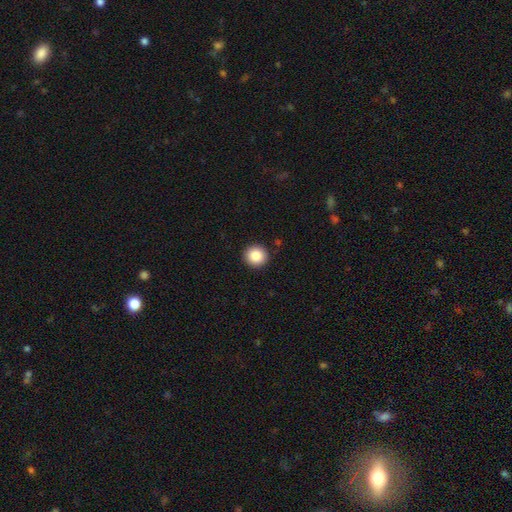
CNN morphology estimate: type=smooth (87%); roundness=round (94%); merging=none (92%).